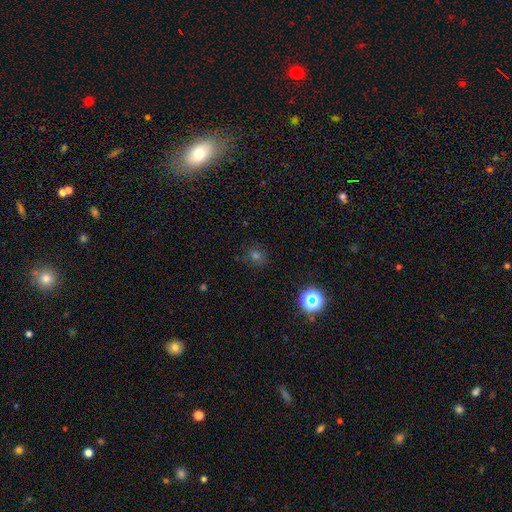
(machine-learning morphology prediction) smooth-or-featured: smooth: 52% | star or artifact: 38% | featured or disk: 10%
  how-rounded: round: 83% | in between: 15% | cigar-shaped: 1%
  merging: none: 83% | minor disturbance: 11% | major disturbance: 4% | merger: 2%